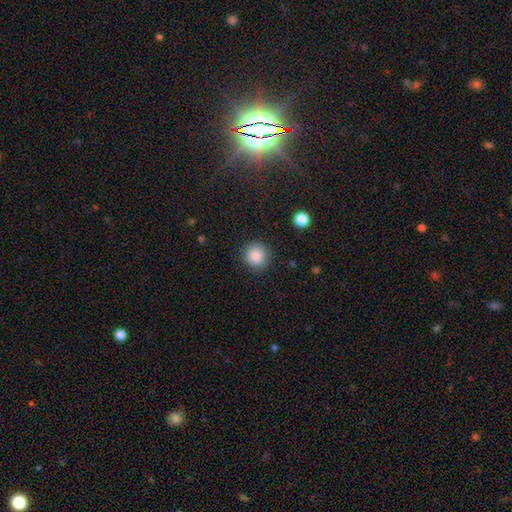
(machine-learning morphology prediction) smooth 88%, star or artifact 9%, featured or disk 4%. Down the decision tree: how rounded — round (93%); merging — none (88%).